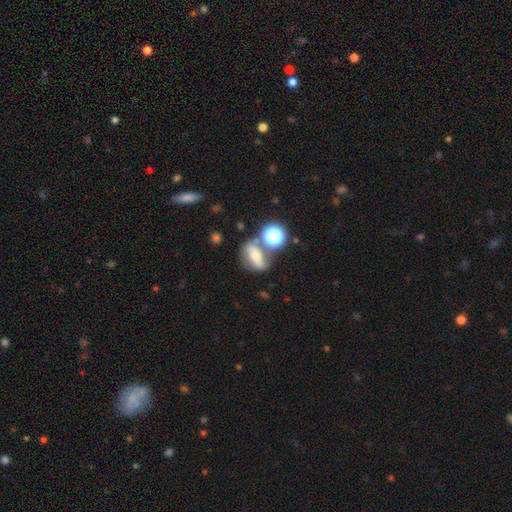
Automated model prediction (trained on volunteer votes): Smooth or featured: smooth — 53% (featured or disk — 30%)
How rounded: in between — 58% (round — 33%)
Merging: none — 55% (merger — 21%)